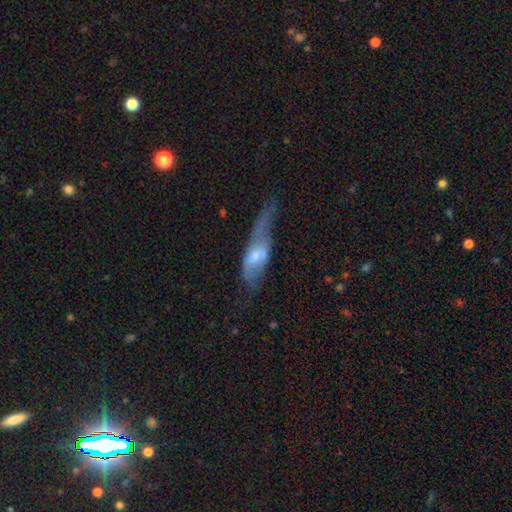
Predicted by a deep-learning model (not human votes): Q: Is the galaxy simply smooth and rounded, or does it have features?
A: featured or disk — 48%.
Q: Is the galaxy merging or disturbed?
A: major disturbance — 37%.